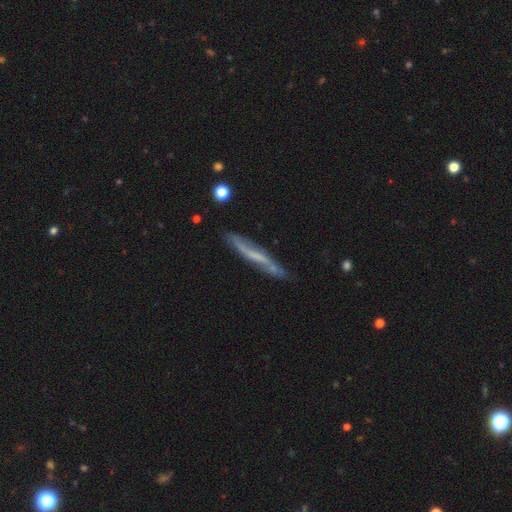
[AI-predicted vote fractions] Q: Smooth or featured?
A: featured or disk (61%); runner-up: smooth (32%)
Q: Edge-on disk?
A: yes (75%); runner-up: no (25%)
Q: Merging?
A: none (75%); runner-up: minor disturbance (18%)